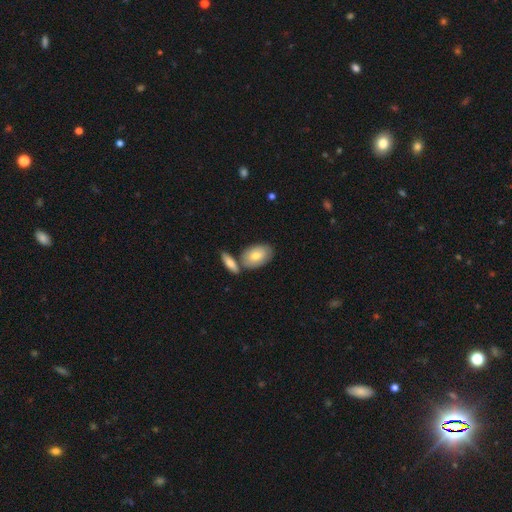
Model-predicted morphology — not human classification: This is likely a smooth galaxy (72%). How rounded: clearly in between (89%). Merging: likely none (62%).